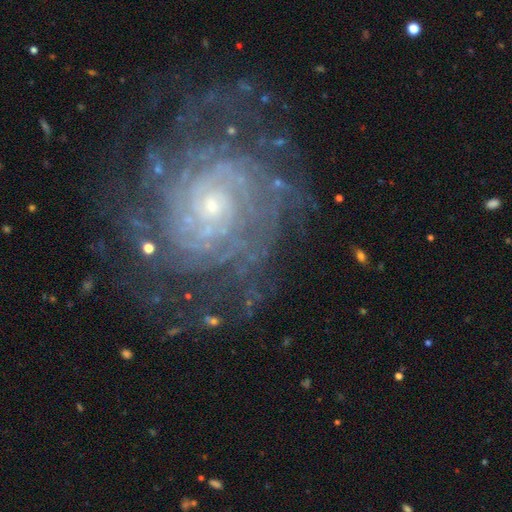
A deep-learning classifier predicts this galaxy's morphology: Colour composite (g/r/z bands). It shows a featured or disk galaxy (88%) with no bar (77%), tight (79%) spiral arms (97%) and a small central bulge (77%). Merging: none (75%).